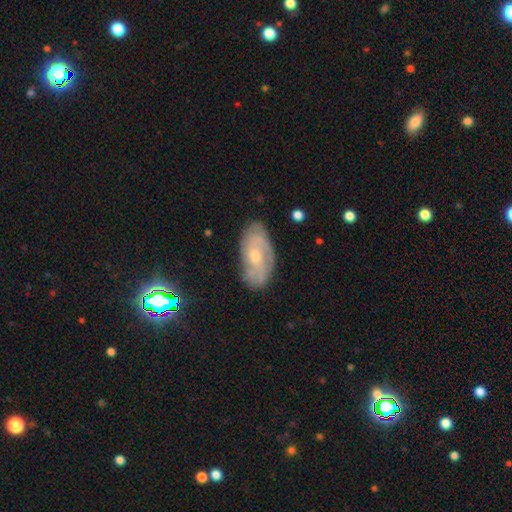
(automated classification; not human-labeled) A featured or disk galaxy (70%) with no bar (68%), tight (50%) spiral arms (85%) and a small central bulge (48%). Merging: none (73%).